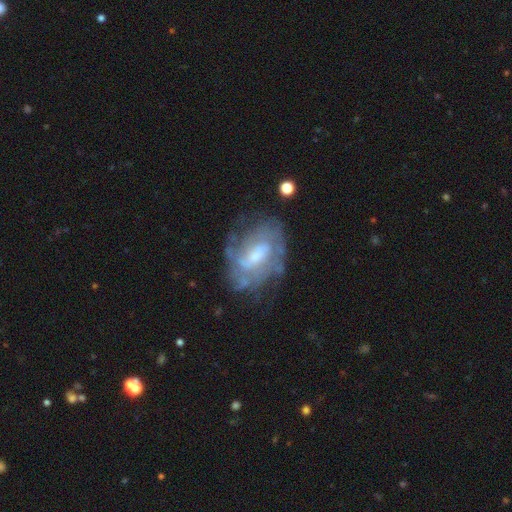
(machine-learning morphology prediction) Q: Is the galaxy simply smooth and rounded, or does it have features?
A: featured or disk — 76%.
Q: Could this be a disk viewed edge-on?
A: no — 96%.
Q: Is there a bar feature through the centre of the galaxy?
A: weak — 51%.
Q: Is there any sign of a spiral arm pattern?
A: yes — 78%.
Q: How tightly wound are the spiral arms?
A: tight — 48%.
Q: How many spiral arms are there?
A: can't tell — 48%.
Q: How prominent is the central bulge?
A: moderate — 45%.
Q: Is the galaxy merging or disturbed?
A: none — 62%.